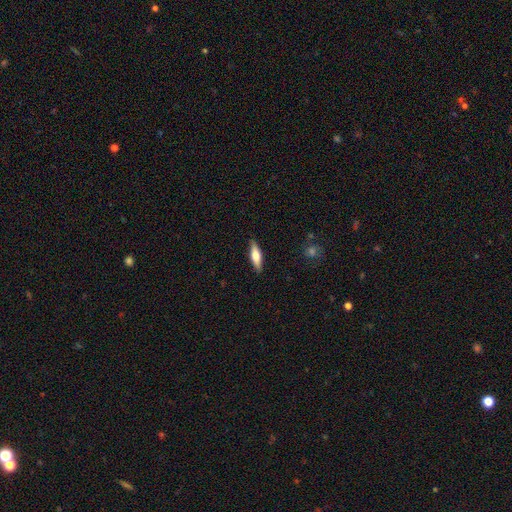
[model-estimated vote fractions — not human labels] This is possibly a smooth galaxy (54%). How rounded: likely cigar-shaped (62%). Merging: clearly none (89%).